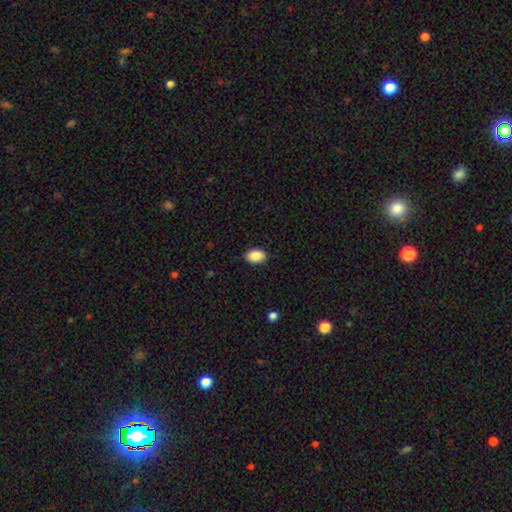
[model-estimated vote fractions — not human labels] Smooth or featured? Predicted: smooth (p=0.89). How rounded? Predicted: in between (p=0.84). Merging? Predicted: none (p=0.87).